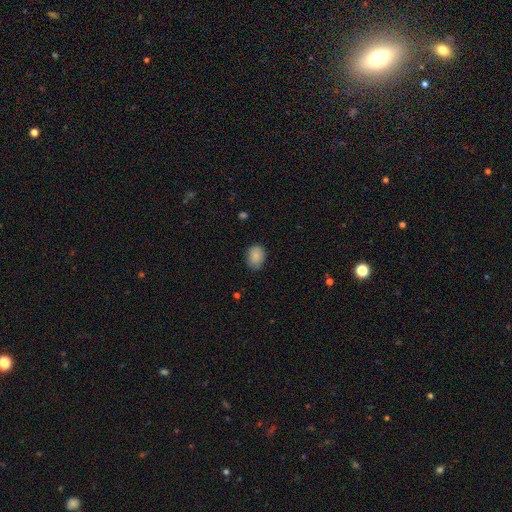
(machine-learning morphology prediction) Smooth or featured: smooth — 87% (star or artifact — 8%)
How rounded: in between — 58% (round — 41%)
Merging: none — 77% (minor disturbance — 18%)